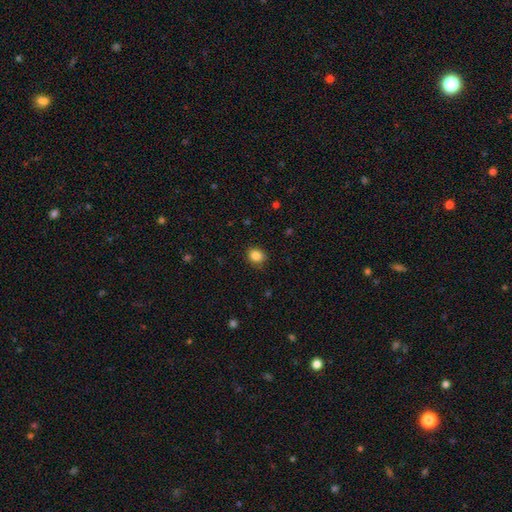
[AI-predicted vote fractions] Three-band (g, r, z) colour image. It shows a smooth galaxy with no disk features (85%) that is round (71%). Merging: none (86%).